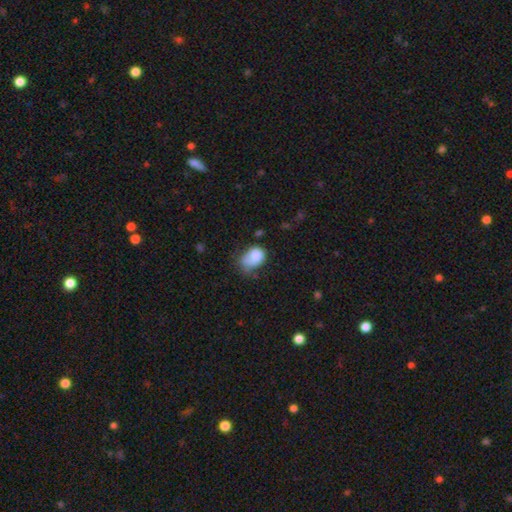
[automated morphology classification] smooth-or-featured: smooth: 79% | featured or disk: 12% | star or artifact: 9%
  how-rounded: in between: 73% | round: 26% | cigar-shaped: 1%
  merging: minor disturbance: 37% | none: 30% | major disturbance: 24% | merger: 9%